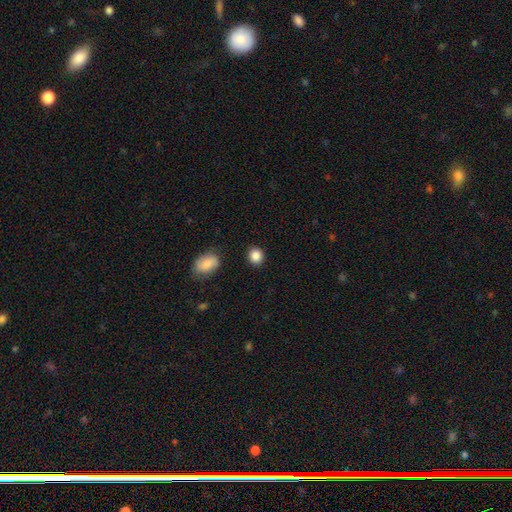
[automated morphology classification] Smooth or featured? smooth (88%)
How rounded? round (78%)
Merging? none (88%)